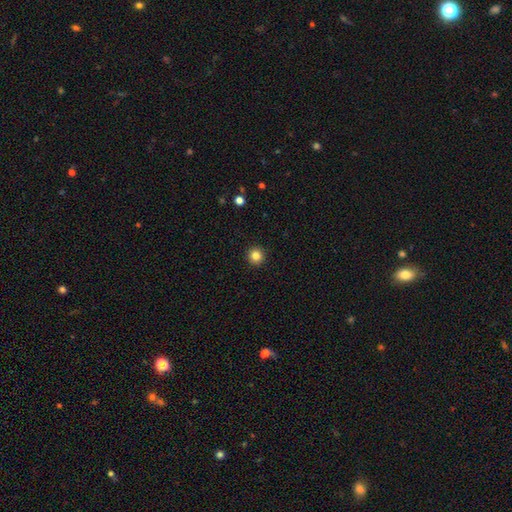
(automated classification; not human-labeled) Smooth or featured: smooth — 84% (star or artifact — 11%)
How rounded: round — 95% (in between — 4%)
Merging: none — 93% (minor disturbance — 5%)